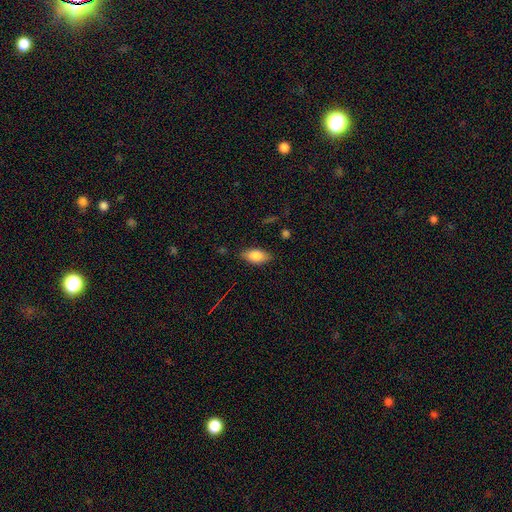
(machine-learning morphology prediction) A smooth galaxy with no disk features (82%) that is in between round and cigar-shaped (90%).

Vote fractions:
- Smooth or featured? smooth: 82% / featured or disk: 11% / star or artifact: 7%
- How rounded? in between: 90% / cigar-shaped: 6% / round: 3%
- Merging? none: 82% / minor disturbance: 13% / major disturbance: 3% / merger: 1%